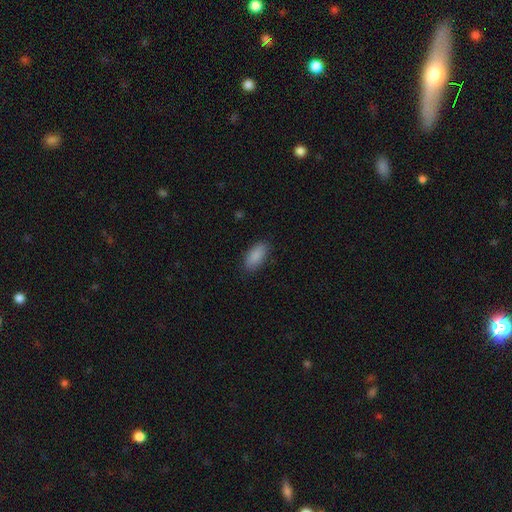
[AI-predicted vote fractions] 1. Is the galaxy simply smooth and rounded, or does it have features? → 89% smooth, 7% star or artifact, 4% featured or disk.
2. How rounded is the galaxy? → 91% in between, 6% cigar-shaped, 3% round.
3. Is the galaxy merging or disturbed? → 85% none, 11% minor disturbance, 3% major disturbance, 1% merger.